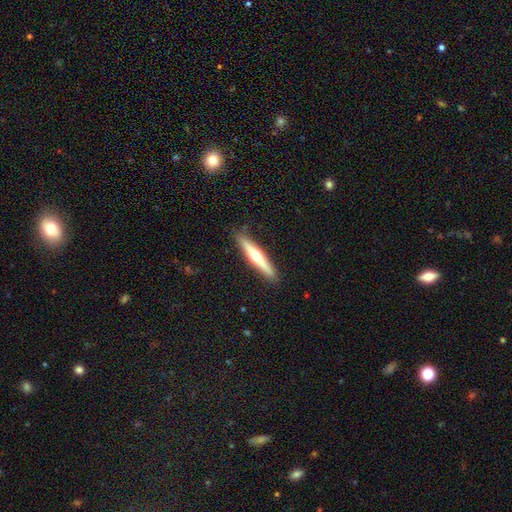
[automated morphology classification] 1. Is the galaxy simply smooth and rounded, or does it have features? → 59% featured or disk, 36% smooth, 5% star or artifact.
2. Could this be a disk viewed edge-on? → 97% yes, 3% no.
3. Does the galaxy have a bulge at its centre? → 90% rounded, 6% none, 3% boxy.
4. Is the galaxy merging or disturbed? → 90% none, 8% minor disturbance, 1% major disturbance, 1% merger.